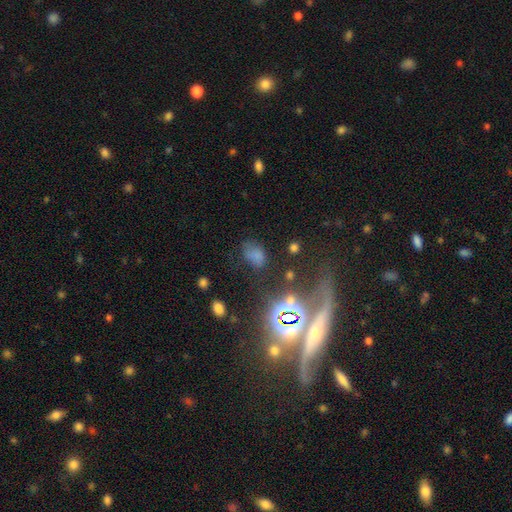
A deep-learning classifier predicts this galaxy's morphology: smooth 59%, star or artifact 28%, featured or disk 13%. Down the decision tree: how rounded — in between (81%); merging — none (52%).